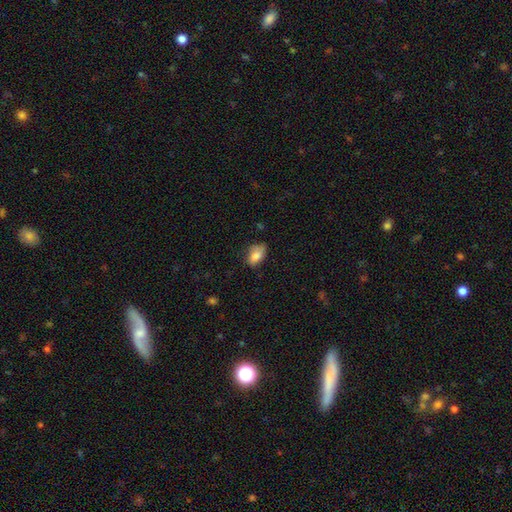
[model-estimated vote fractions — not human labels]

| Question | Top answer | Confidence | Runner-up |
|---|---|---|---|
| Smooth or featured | smooth | 83% | featured or disk (9%) |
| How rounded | in between | 87% | round (12%) |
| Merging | none | 56% | minor disturbance (34%) |